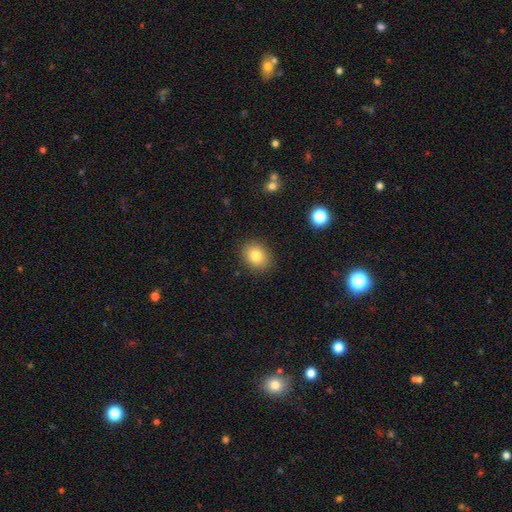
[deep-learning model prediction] Overall: smooth (81%). How rounded: in between (52%; round 47%). Merging: none (88%).